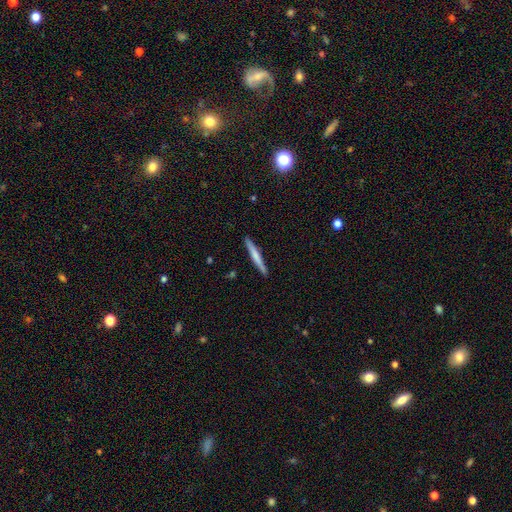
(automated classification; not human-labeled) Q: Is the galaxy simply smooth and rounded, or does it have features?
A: smooth — 59%.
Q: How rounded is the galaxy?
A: cigar-shaped — 96%.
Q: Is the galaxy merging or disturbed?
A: none — 90%.